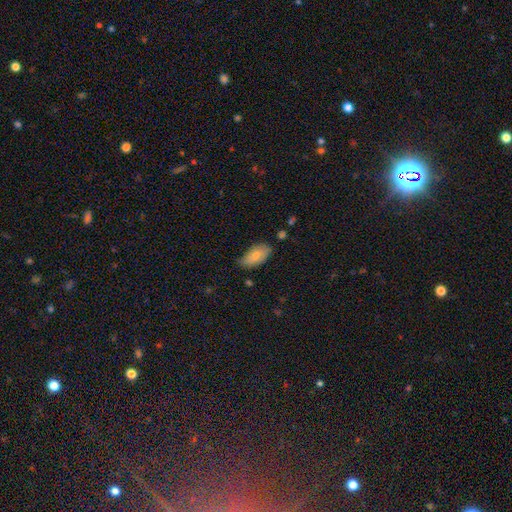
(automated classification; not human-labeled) Morphology: type=smooth (79%); roundness=in between (94%); merging=none (64%).